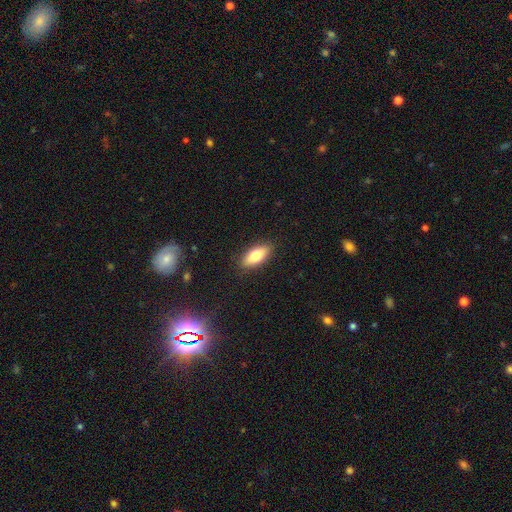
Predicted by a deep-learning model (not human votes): This is likely a smooth galaxy (76%). How rounded: clearly in between (80%). Merging: clearly none (88%).